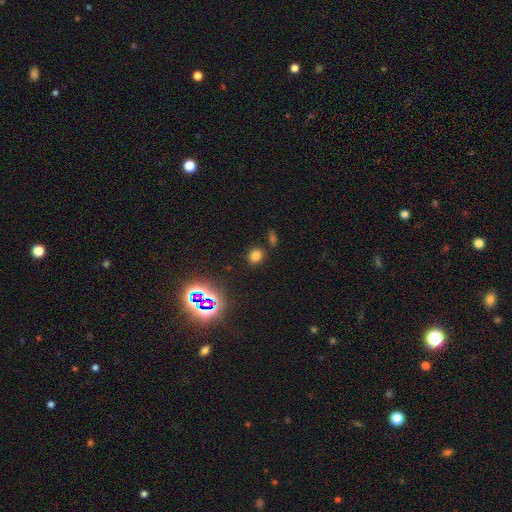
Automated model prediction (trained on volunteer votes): Smooth or featured? smooth (73%)
How rounded? round (72%)
Merging? none (83%)